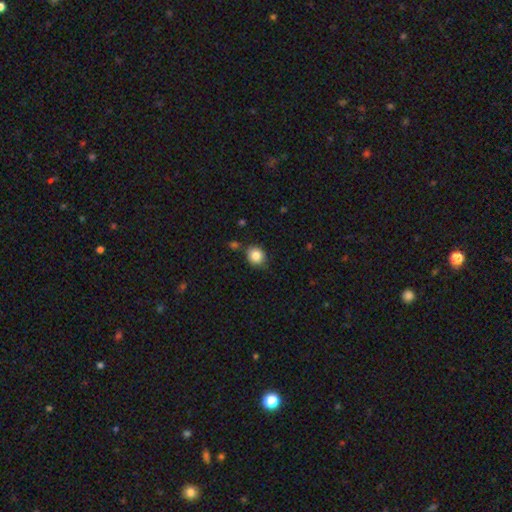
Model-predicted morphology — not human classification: This is clearly a smooth galaxy (85%). How rounded: likely round (72%). Merging: likely none (76%).